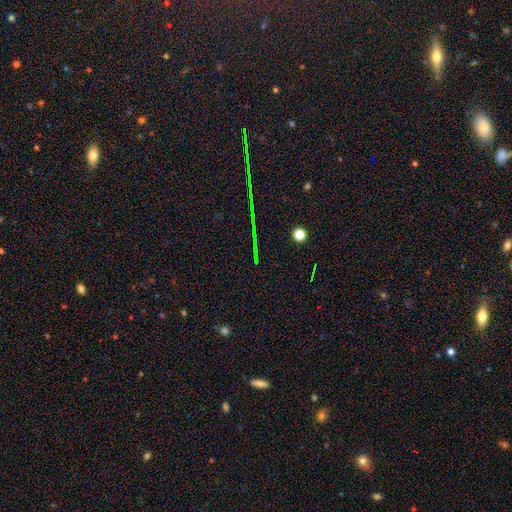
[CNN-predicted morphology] Smooth or featured? Predicted: star or artifact (p=0.76).